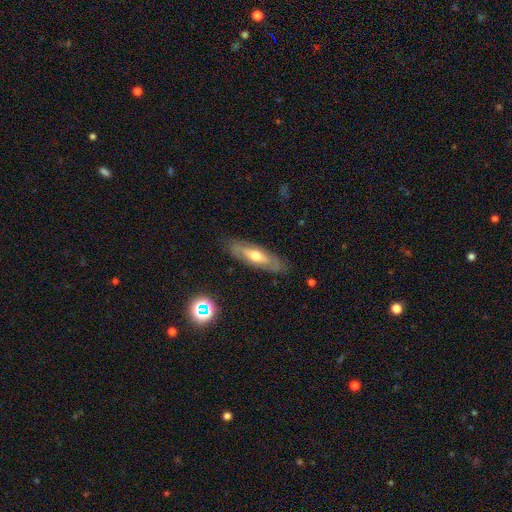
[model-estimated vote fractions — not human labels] smooth-or-featured: featured or disk: 50% | smooth: 43% | star or artifact: 7%
  disk-edge-on: no: 51% | yes: 49%
  merging: none: 82% | minor disturbance: 13% | major disturbance: 3% | merger: 1%